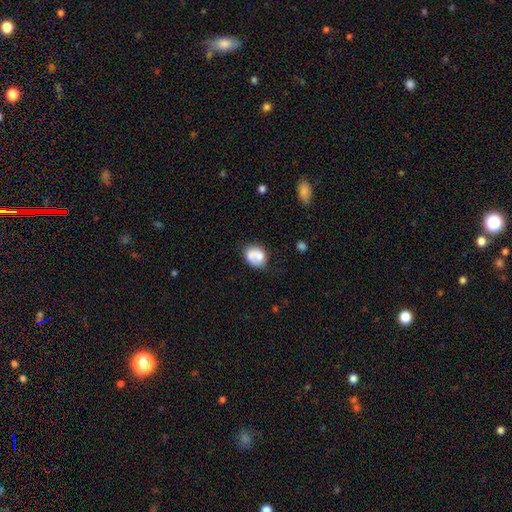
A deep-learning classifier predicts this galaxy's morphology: Smooth or featured? smooth (64%)
How rounded? in between (54%)
Merging? none (42%)